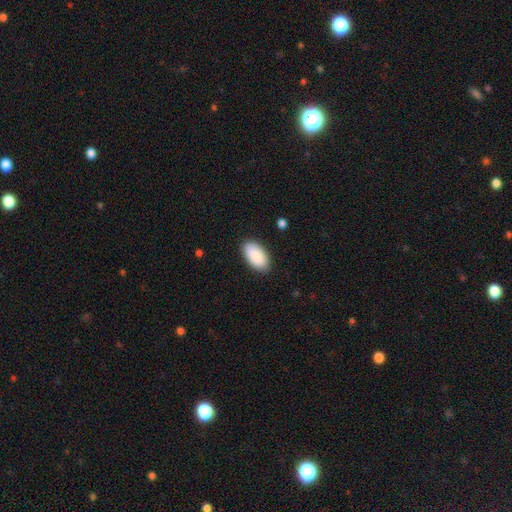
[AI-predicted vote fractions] Morphology: type=smooth (90%); roundness=in between (96%); merging=none (87%).